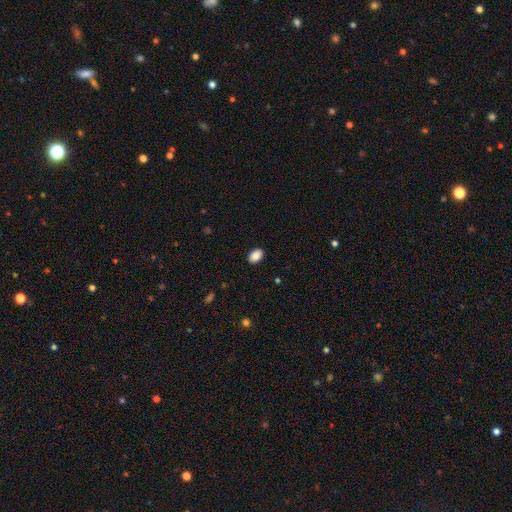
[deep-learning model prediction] smooth_or_featured: smooth (p=0.89) [alt: star or artifact p=0.08]
how_rounded: in between (p=0.85) [alt: round p=0.14]
merging: none (p=0.89) [alt: minor disturbance p=0.08]